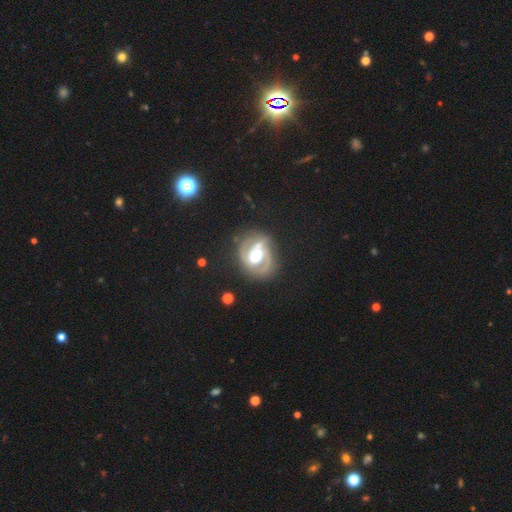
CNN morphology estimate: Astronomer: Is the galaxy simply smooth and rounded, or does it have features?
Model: featured or disk — 84%.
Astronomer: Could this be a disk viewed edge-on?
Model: no — 98%.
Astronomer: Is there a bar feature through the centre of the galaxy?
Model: no — 42% (runner-up: weak, 37%).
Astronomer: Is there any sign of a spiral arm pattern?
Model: yes — 89%.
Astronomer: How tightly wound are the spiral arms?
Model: medium — 48% (runner-up: tight, 37%).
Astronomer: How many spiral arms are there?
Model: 2 — 85%.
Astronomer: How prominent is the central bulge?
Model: moderate — 58%.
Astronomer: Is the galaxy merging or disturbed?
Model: none — 67%.